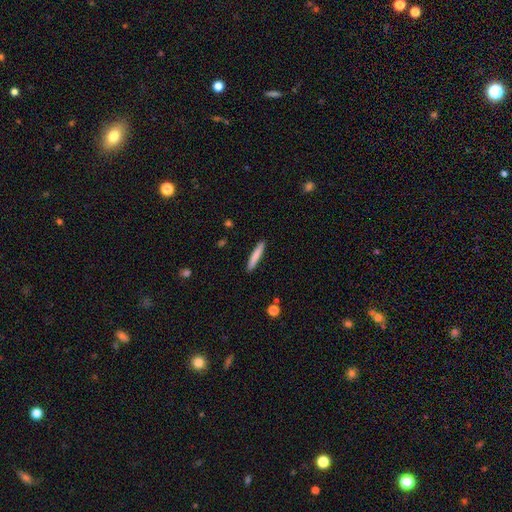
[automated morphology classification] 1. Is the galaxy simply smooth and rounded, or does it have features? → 79% smooth, 15% featured or disk, 6% star or artifact.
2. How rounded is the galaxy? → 94% cigar-shaped, 5% in between, 1% round.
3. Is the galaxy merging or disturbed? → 91% none, 6% minor disturbance, 1% major disturbance, 1% merger.